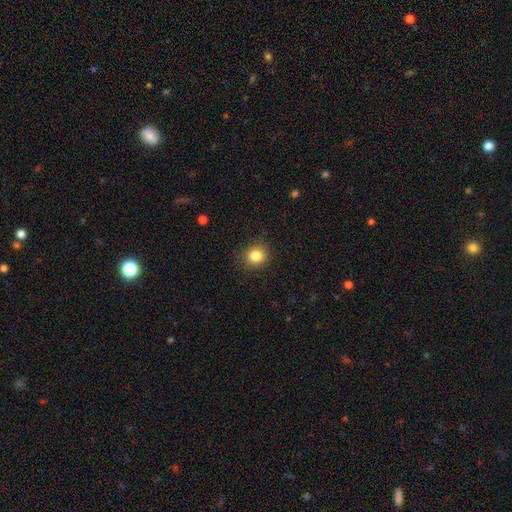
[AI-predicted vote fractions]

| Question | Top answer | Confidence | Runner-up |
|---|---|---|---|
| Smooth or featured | smooth | 83% | star or artifact (11%) |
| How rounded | round | 84% | in between (15%) |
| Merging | none | 89% | minor disturbance (8%) |